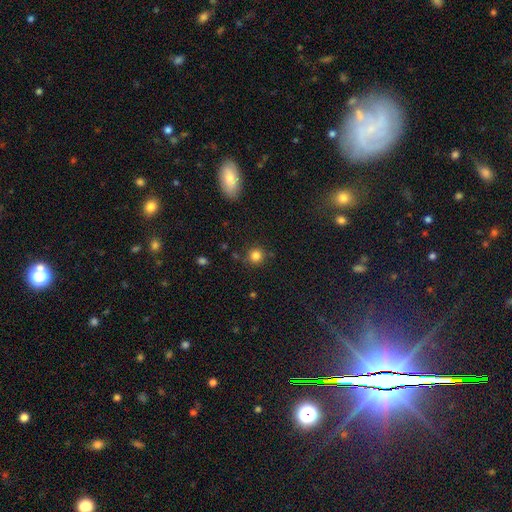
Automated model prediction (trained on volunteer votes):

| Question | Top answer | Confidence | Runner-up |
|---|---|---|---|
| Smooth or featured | smooth | 83% | star or artifact (12%) |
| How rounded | round | 93% | in between (6%) |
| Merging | none | 83% | minor disturbance (10%) |